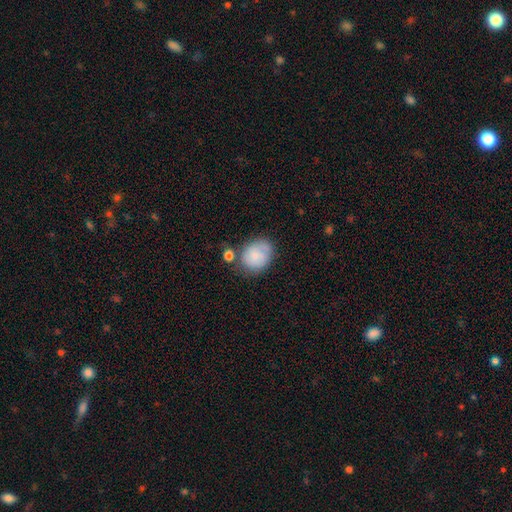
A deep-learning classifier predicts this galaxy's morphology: smooth-or-featured: smooth: 77% | featured or disk: 16% | star or artifact: 7%
  how-rounded: in between: 50% | round: 49% | cigar-shaped: 1%
  merging: none: 56% | minor disturbance: 24% | merger: 12% | major disturbance: 8%